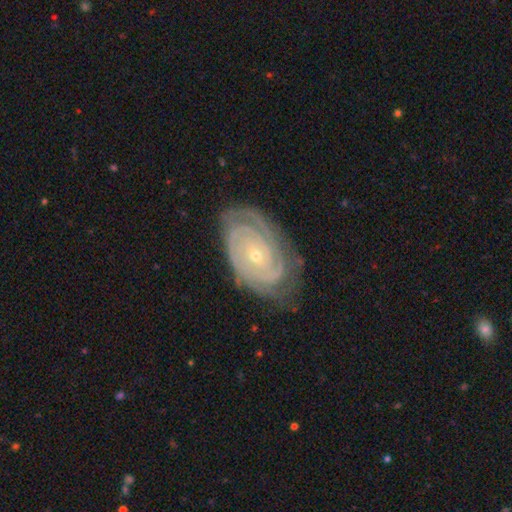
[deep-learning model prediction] Smooth or featured? Predicted: featured or disk (p=0.90). Edge-on disk? Predicted: no (p=0.96). Bar? Predicted: no (p=0.75). Spiral arms? Predicted: yes (p=0.97). Spiral winding? Predicted: tight (p=0.84). Spiral arm count? Predicted: 2 (p=0.37). Bulge size? Predicted: small (p=0.74). Merging? Predicted: none (p=0.76).